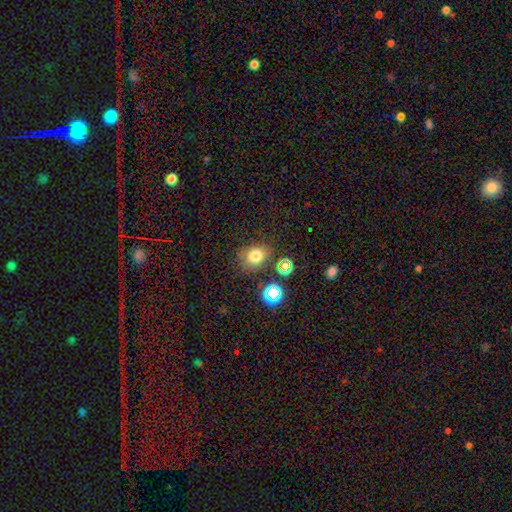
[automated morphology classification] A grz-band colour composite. It shows a smooth galaxy with no disk features (73%) that is round (58%). Merging: none (75%).